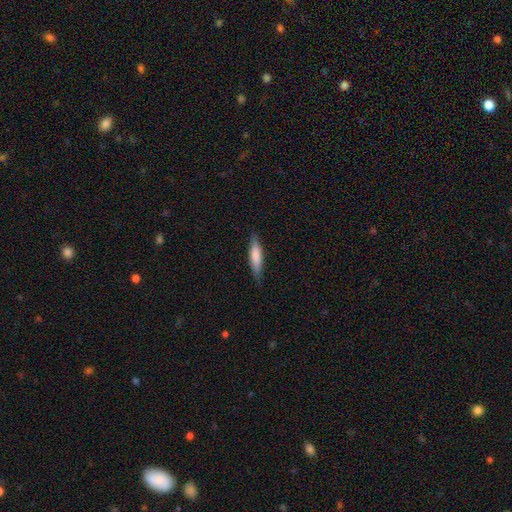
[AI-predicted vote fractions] smooth 75%, featured or disk 20%, star or artifact 5%. Down the decision tree: how rounded — cigar-shaped (78%); merging — none (84%).